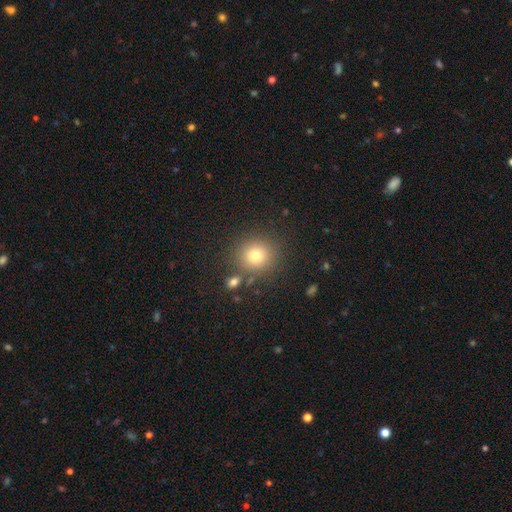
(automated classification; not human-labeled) A smooth galaxy with no disk features (76%) that is round (91%).

Vote fractions:
- Smooth or featured? smooth: 76% / star or artifact: 15% / featured or disk: 9%
- How rounded? round: 91% / in between: 9% / cigar-shaped: 1%
- Merging? none: 82% / minor disturbance: 8% / merger: 6% / major disturbance: 4%